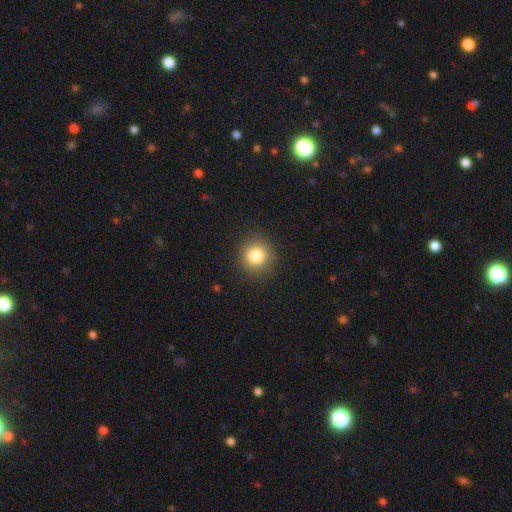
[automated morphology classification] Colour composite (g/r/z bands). It shows a smooth galaxy with no disk features (82%) that is round (92%). Merging: none (90%).